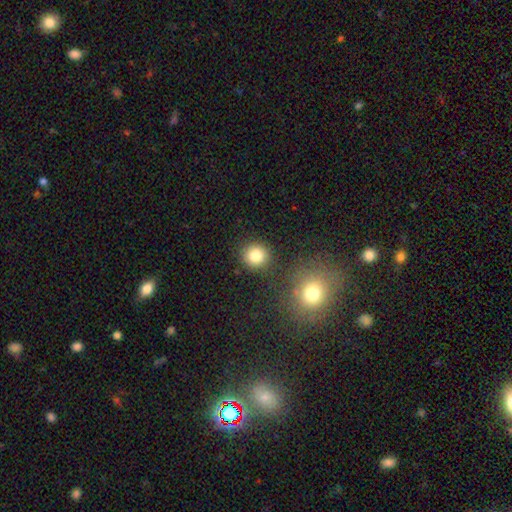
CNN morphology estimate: Smooth or featured: smooth — 82% (star or artifact — 12%)
How rounded: round — 90% (in between — 9%)
Merging: none — 86% (minor disturbance — 7%)